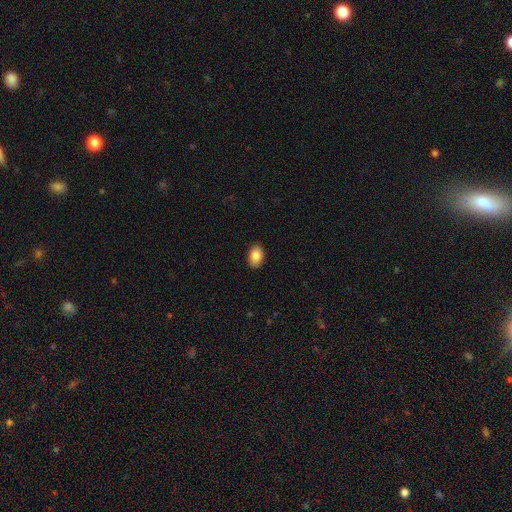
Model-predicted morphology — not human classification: Smooth or featured? smooth (88%)
How rounded? in between (89%)
Merging? none (89%)